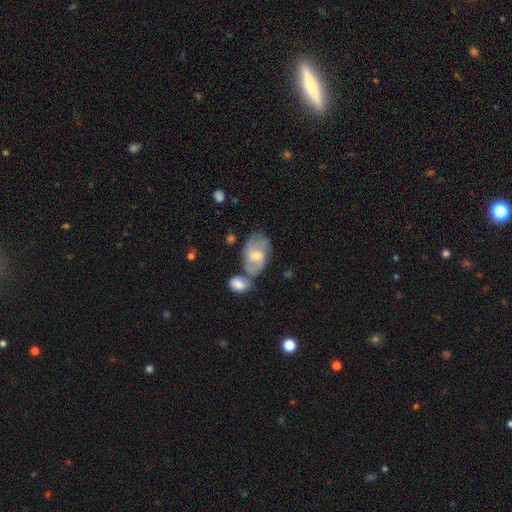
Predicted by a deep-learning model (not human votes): Smooth or featured?
  - featured or disk: 64% *
  - smooth: 23%
  - star or artifact: 13%
Edge-on disk?
  - no: 92% *
  - yes: 8%
Bar?
  - no: 63% *
  - weak: 28%
  - strong: 8%
Spiral arms?
  - yes: 71% *
  - no: 29%
Bulge size?
  - moderate: 57% *
  - small: 35%
  - large: 4%
  - none: 2%
  - dominant: 2%
Merging?
  - none: 57% *
  - merger: 23%
  - minor disturbance: 14%
  - major disturbance: 6%